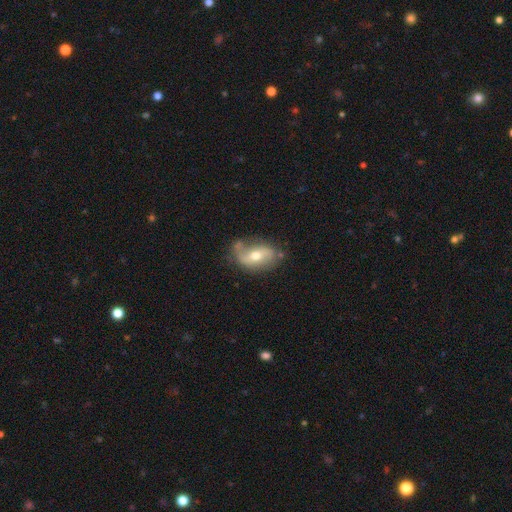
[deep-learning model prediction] Smooth or featured: featured or disk — 63% (smooth — 29%)
Edge-on disk: no — 93% (yes — 7%)
Bar: weak — 39% (no — 38%)
Spiral arms: yes — 75% (no — 25%)
Bulge size: moderate — 68% (small — 25%)
Merging: none — 52% (minor disturbance — 27%)